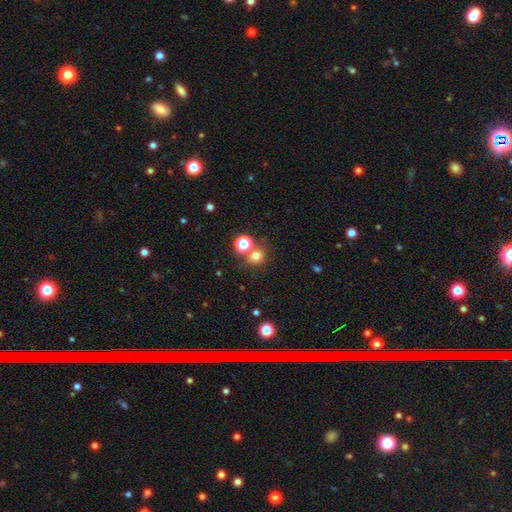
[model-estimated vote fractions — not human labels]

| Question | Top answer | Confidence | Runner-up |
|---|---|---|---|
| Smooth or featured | smooth | 75% | star or artifact (18%) |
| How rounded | round | 78% | in between (21%) |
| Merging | none | 64% | merger (22%) |